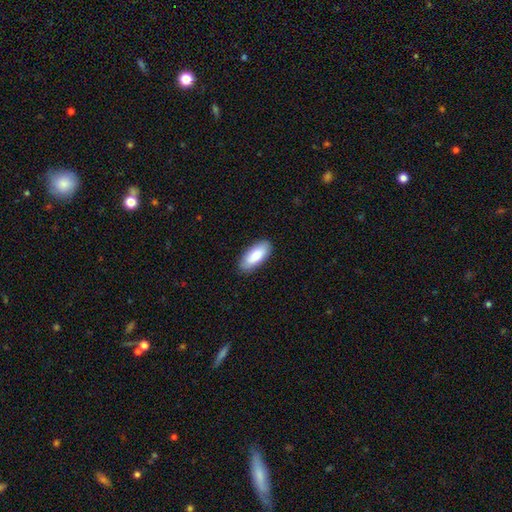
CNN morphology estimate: smooth 86%, featured or disk 8%, star or artifact 5%. Down the decision tree: how rounded — in between (85%); merging — none (88%).